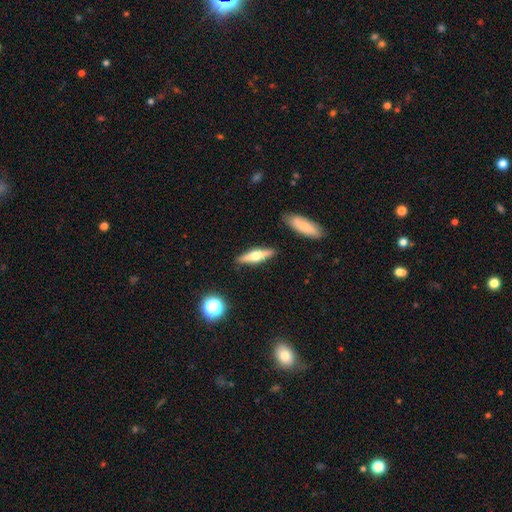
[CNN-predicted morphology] smooth_or_featured: featured or disk (p=0.56) [alt: smooth p=0.37]
disk_edge_on: yes (p=0.95) [alt: no p=0.05]
edge_on_bulge: rounded (p=0.93) [alt: boxy p=0.04]
merging: none (p=0.88) [alt: minor disturbance p=0.08]